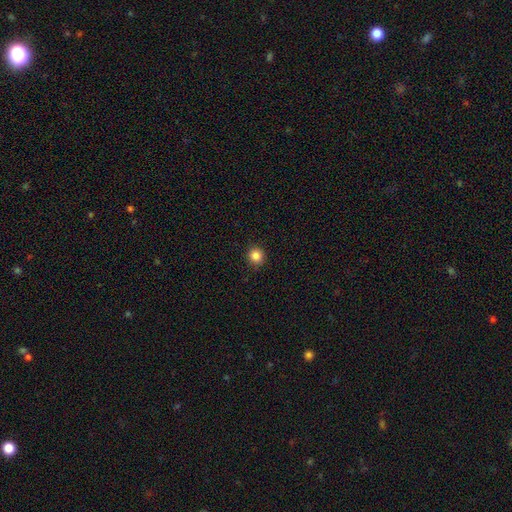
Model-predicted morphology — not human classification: smooth 85%, star or artifact 11%, featured or disk 4%. Down the decision tree: how rounded — round (91%); merging — none (91%).